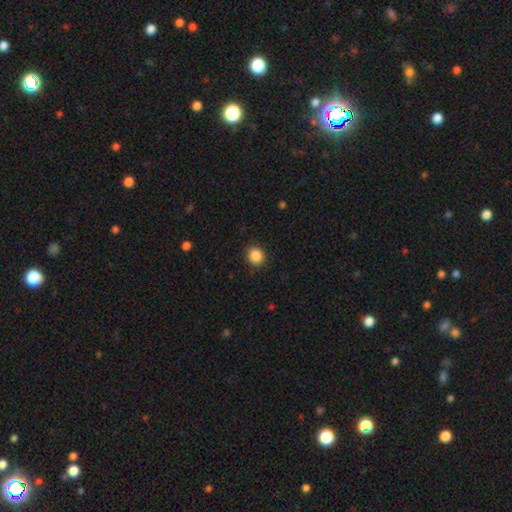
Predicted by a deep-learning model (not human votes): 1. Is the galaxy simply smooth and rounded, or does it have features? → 88% smooth, 10% star or artifact, 3% featured or disk.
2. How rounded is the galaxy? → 83% round, 16% in between, 1% cigar-shaped.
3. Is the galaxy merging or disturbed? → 90% none, 7% minor disturbance, 2% major disturbance, 1% merger.